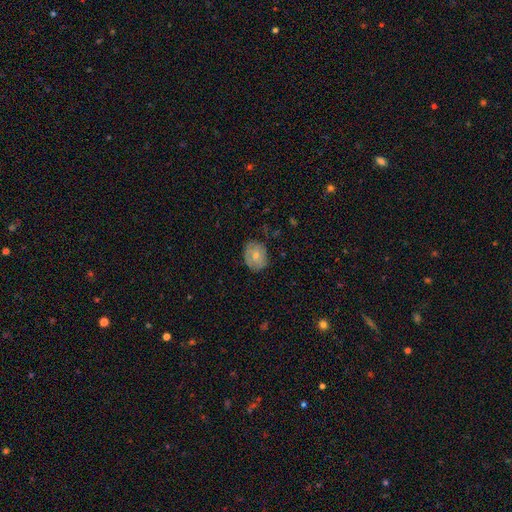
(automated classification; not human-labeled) Smooth or featured? smooth (66%)
How rounded? in between (51%)
Merging? none (72%)